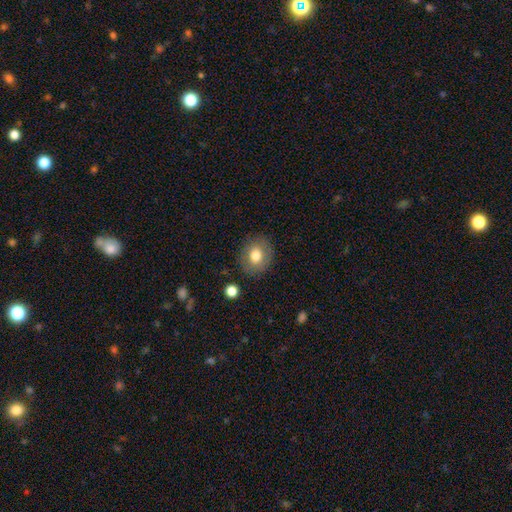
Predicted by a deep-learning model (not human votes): Smooth or featured: smooth — 76% (featured or disk — 14%)
How rounded: round — 65% (in between — 34%)
Merging: none — 86% (minor disturbance — 10%)